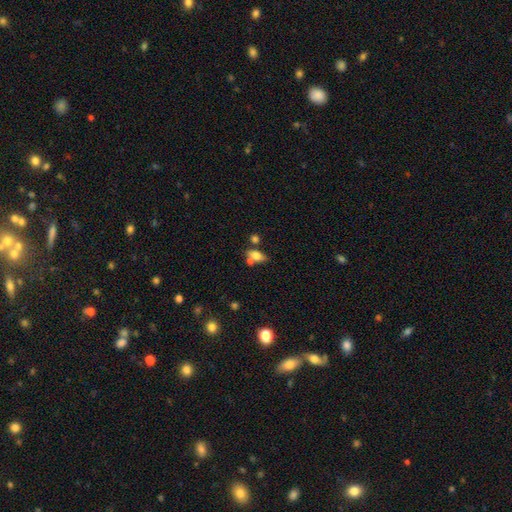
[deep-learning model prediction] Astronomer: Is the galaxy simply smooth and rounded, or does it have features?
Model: smooth — 69%.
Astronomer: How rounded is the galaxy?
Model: in between — 79%.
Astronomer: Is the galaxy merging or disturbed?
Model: none — 47% (runner-up: merger, 31%).